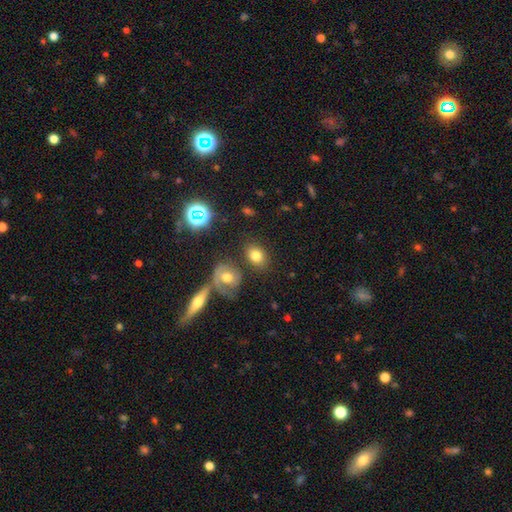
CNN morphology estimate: smooth_or_featured: smooth (p=0.76) [alt: featured or disk p=0.12]
how_rounded: in between (p=0.63) [alt: round p=0.36]
merging: none (p=0.73) [alt: minor disturbance p=0.11]